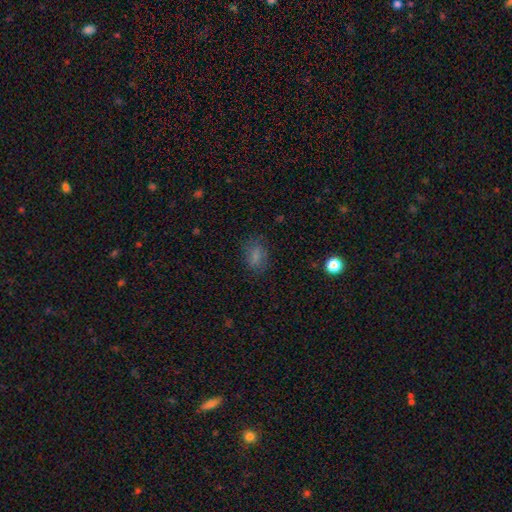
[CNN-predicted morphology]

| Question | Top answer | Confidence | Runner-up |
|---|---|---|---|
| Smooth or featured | smooth | 72% | star or artifact (14%) |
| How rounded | in between | 76% | round (21%) |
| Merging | none | 74% | minor disturbance (17%) |